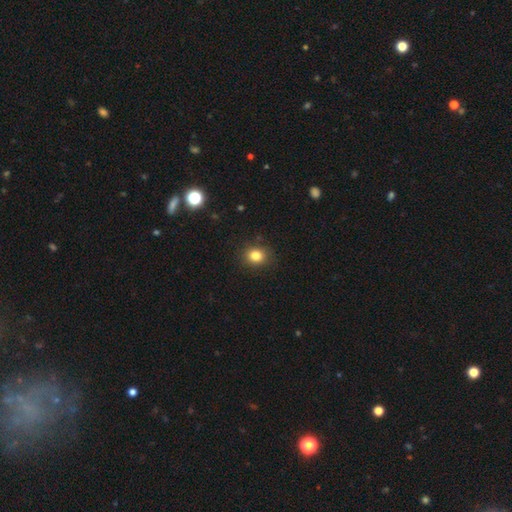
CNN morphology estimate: A smooth galaxy with no disk features (82%) that is round (69%).

Vote fractions:
- Smooth or featured? smooth: 82% / star or artifact: 12% / featured or disk: 6%
- How rounded? round: 69% / in between: 30% / cigar-shaped: 1%
- Merging? none: 87% / minor disturbance: 9% / major disturbance: 3% / merger: 1%